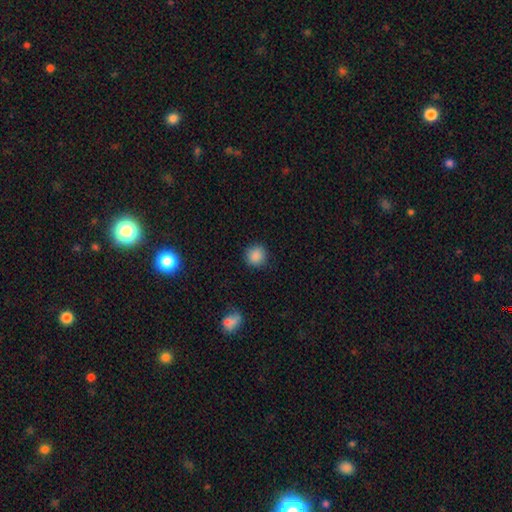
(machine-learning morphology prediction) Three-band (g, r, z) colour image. It shows a smooth galaxy with no disk features (87%) that is round (92%). Merging: none (89%).